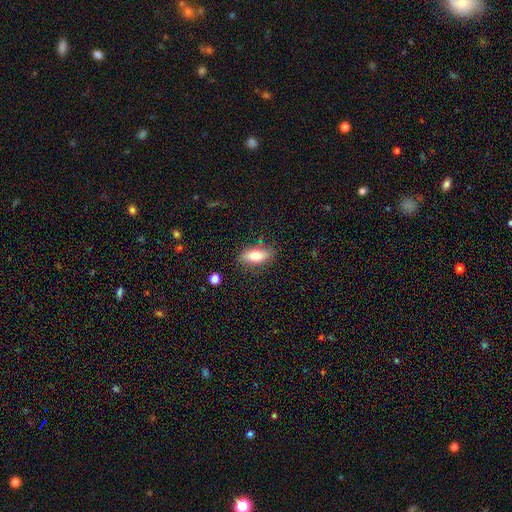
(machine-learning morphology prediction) smooth-or-featured: smooth: 76% | featured or disk: 17% | star or artifact: 8%
  how-rounded: in between: 83% | cigar-shaped: 12% | round: 5%
  merging: none: 80% | minor disturbance: 14% | major disturbance: 4% | merger: 2%